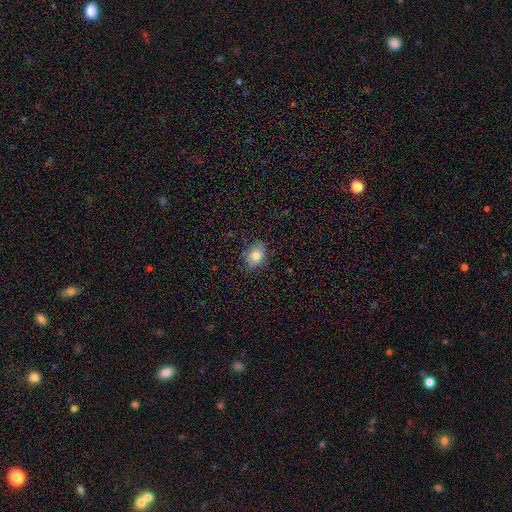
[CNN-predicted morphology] The model was most divided on "how rounded": in between: 61%, round: 37%, cigar-shaped: 1%. More confident: smooth or featured — smooth (78%); merging — none (78%).